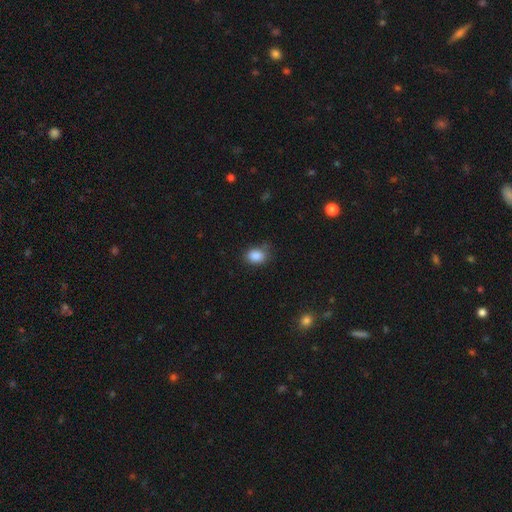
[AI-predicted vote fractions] Smooth or featured?
  - smooth: 87% *
  - star or artifact: 9%
  - featured or disk: 4%
How rounded?
  - in between: 68% *
  - round: 31%
  - cigar-shaped: 1%
Merging?
  - none: 75% *
  - minor disturbance: 19%
  - major disturbance: 4%
  - merger: 2%